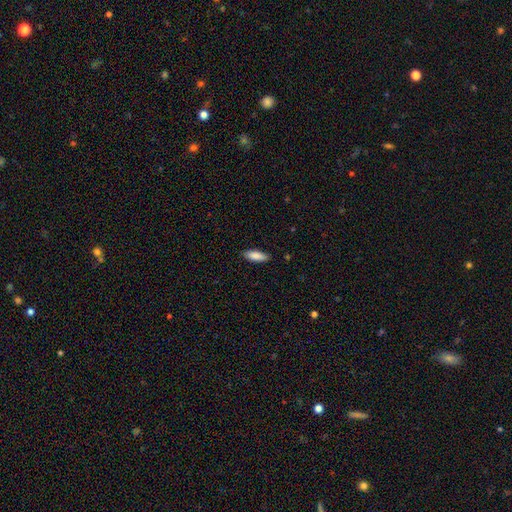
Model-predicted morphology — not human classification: Smooth or featured?
  - smooth: 87% *
  - featured or disk: 7%
  - star or artifact: 6%
How rounded?
  - in between: 60% *
  - cigar-shaped: 39%
  - round: 2%
Merging?
  - none: 87% *
  - minor disturbance: 10%
  - major disturbance: 2%
  - merger: 1%